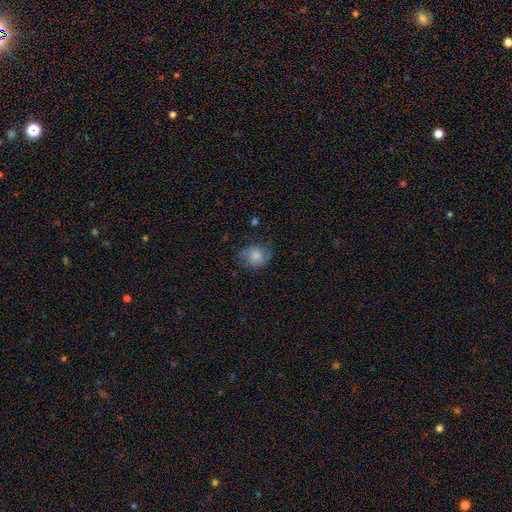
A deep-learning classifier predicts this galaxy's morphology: Overall: smooth (67%). How rounded: round (64%; in between 35%). Merging: none (59%; minor disturbance 28%).